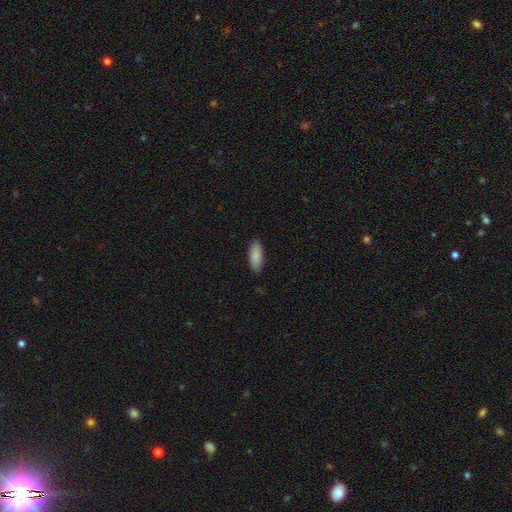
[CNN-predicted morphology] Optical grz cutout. It shows a smooth galaxy with no disk features (89%) that is in between round and cigar-shaped (77%). Merging: none (88%).